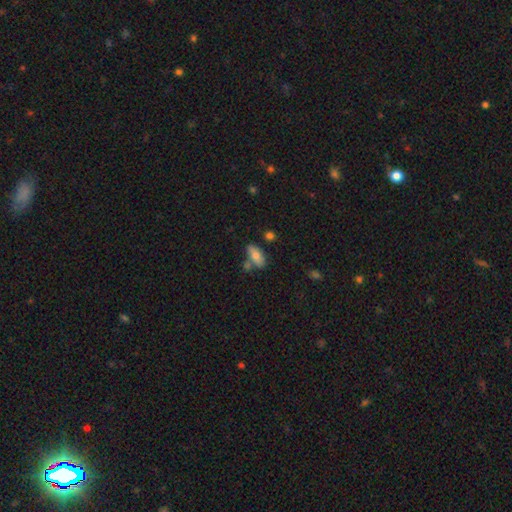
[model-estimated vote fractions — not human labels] smooth-or-featured: smooth: 73% | featured or disk: 19% | star or artifact: 8%
  how-rounded: in between: 86% | cigar-shaped: 11% | round: 3%
  merging: none: 60% | merger: 18% | minor disturbance: 17% | major disturbance: 5%